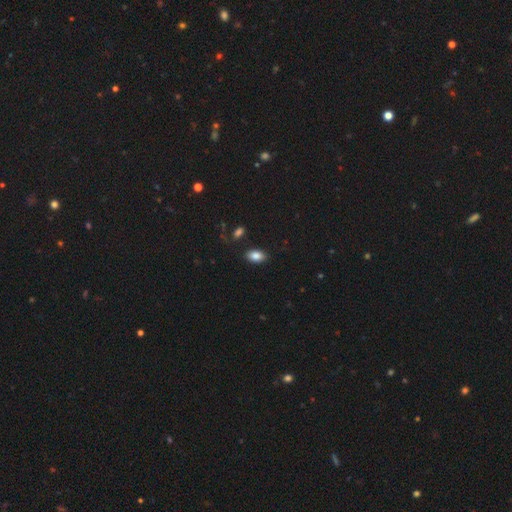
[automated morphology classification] A smooth galaxy with no disk features (86%) that is in between round and cigar-shaped (90%).

Vote fractions:
- Smooth or featured? smooth: 86% / star or artifact: 8% / featured or disk: 6%
- How rounded? in between: 90% / round: 8% / cigar-shaped: 2%
- Merging? none: 86% / minor disturbance: 9% / major disturbance: 3% / merger: 2%